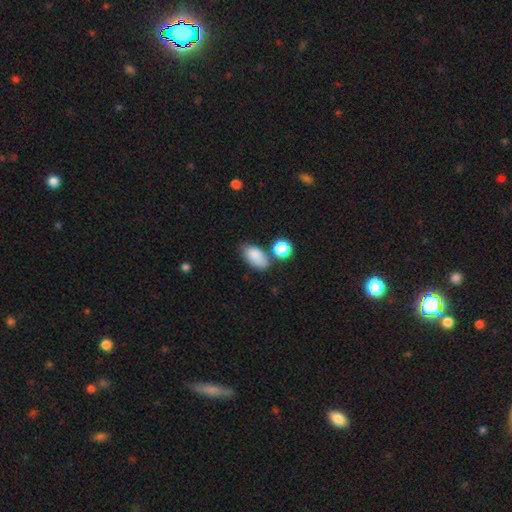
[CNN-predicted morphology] Q: Smooth or featured?
A: smooth (85%); runner-up: star or artifact (8%)
Q: How rounded?
A: in between (92%); runner-up: round (6%)
Q: Merging?
A: none (60%); runner-up: minor disturbance (18%)